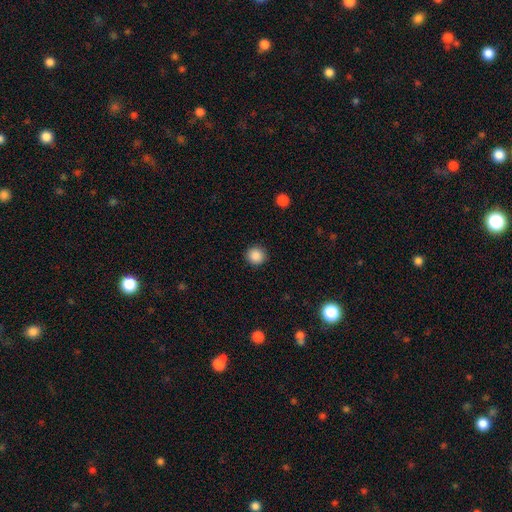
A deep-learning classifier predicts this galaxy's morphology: The model was most divided on "smooth or featured": smooth: 88%, star or artifact: 9%, featured or disk: 3%. More confident: how rounded — round (92%); merging — none (91%).